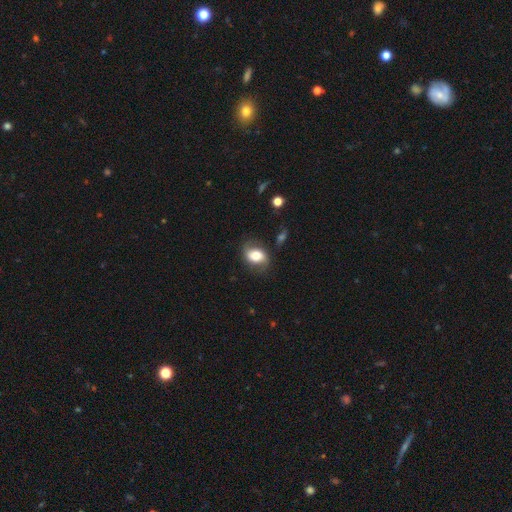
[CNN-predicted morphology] Smooth or featured?
  - smooth: 57% *
  - featured or disk: 34%
  - star or artifact: 8%
How rounded?
  - in between: 72% *
  - round: 26%
  - cigar-shaped: 2%
Merging?
  - none: 70% *
  - minor disturbance: 20%
  - major disturbance: 8%
  - merger: 2%